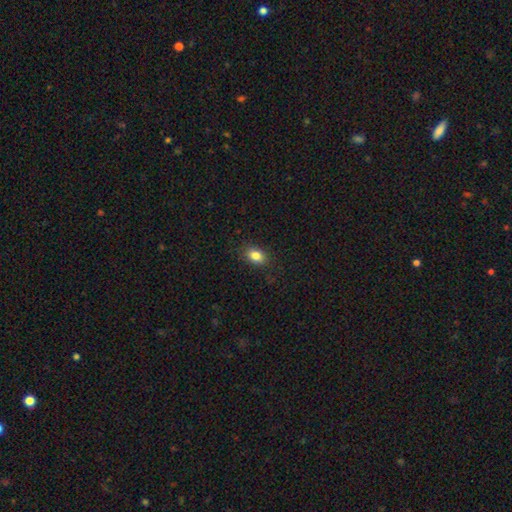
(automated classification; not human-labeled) Overall: smooth (84%). How rounded: in between (80%). Merging: none (86%).